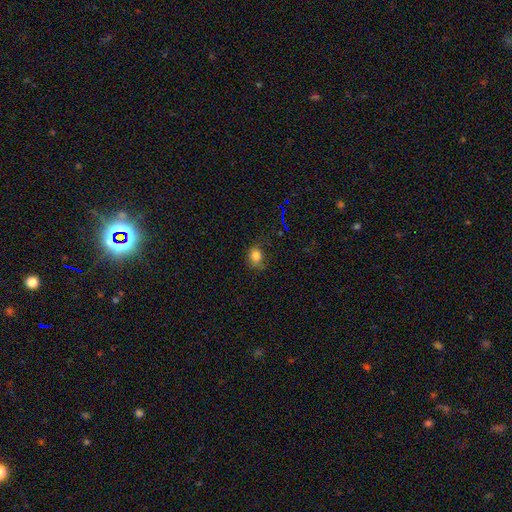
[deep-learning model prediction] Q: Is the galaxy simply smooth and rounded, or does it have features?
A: smooth — 79%.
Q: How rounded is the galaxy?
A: round — 56%.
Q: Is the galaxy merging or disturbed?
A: none — 63%.